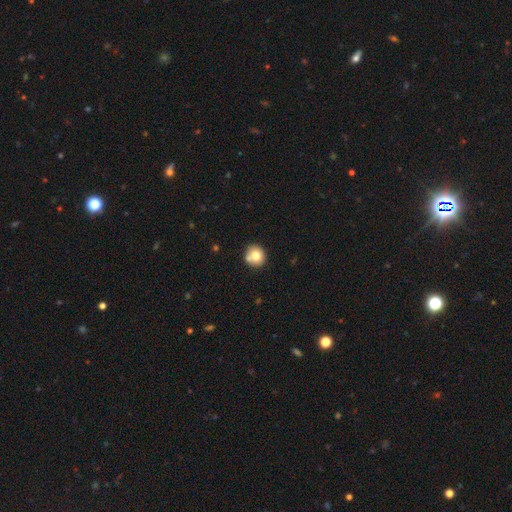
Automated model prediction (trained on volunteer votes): smooth 76%, featured or disk 15%, star or artifact 10%. Down the decision tree: how rounded — round (91%); merging — none (72%).